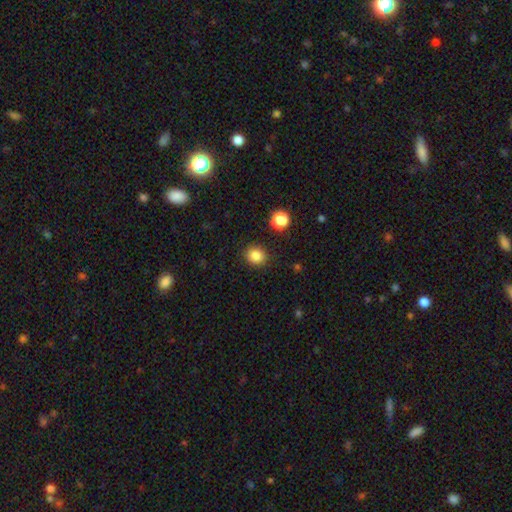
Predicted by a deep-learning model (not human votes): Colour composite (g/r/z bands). It shows a smooth galaxy with no disk features (85%) that is round (78%). Merging: none (88%).